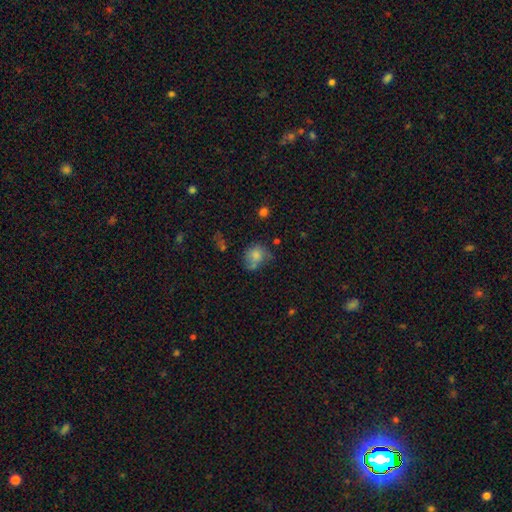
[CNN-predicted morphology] This appears to be a smooth galaxy with no disk features (72%) that is round (60%). Merging: none (43%).